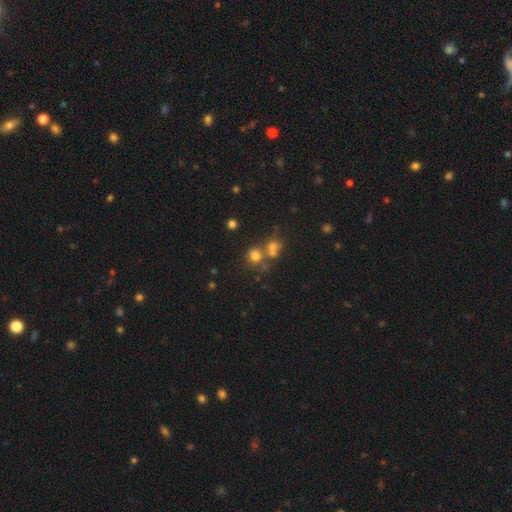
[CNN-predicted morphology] This is likely a smooth galaxy (71%). How rounded: clearly round (81%). Merging: possibly none (51%).